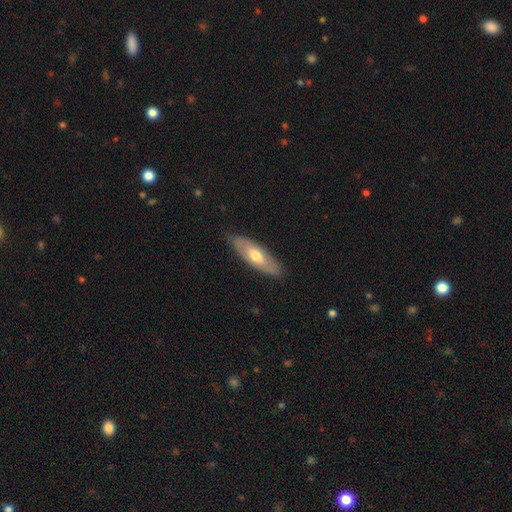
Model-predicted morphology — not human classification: A smooth galaxy with no disk features (52%) that is in between round and cigar-shaped (63%). Merging: none (83%).